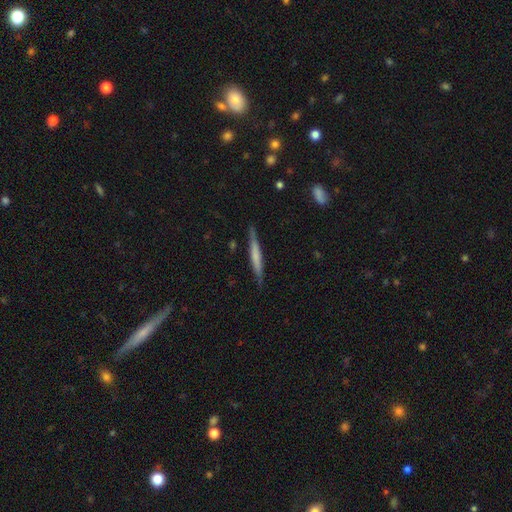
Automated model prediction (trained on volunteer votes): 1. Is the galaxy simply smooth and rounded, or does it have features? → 50% smooth, 45% featured or disk, 6% star or artifact.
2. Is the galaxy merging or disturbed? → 86% none, 10% minor disturbance, 2% major disturbance, 1% merger.